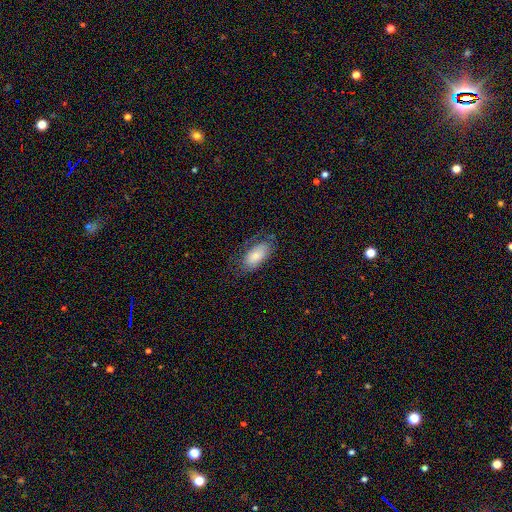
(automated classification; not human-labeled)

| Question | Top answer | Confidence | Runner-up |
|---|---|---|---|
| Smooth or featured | smooth | 73% | featured or disk (20%) |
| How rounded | in between | 92% | cigar-shaped (6%) |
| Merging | none | 65% | minor disturbance (23%) |